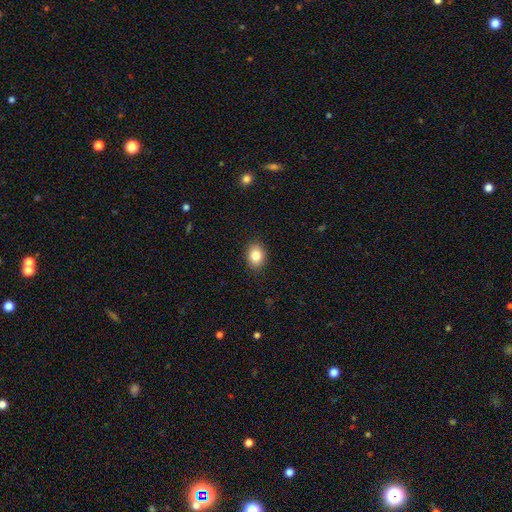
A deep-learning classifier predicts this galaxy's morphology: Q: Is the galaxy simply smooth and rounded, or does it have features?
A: smooth — 84%.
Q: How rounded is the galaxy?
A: in between — 60%.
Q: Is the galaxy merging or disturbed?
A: none — 89%.